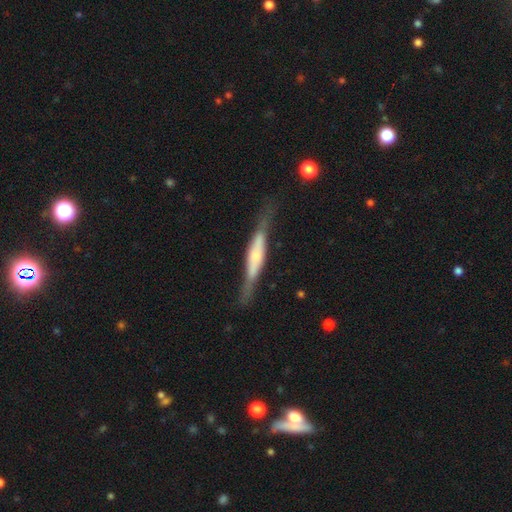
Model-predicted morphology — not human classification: This appears to be a featured or disk galaxy (65%) viewed edge-on (91%) with a rounded central bulge (52%). Merging: none (73%).